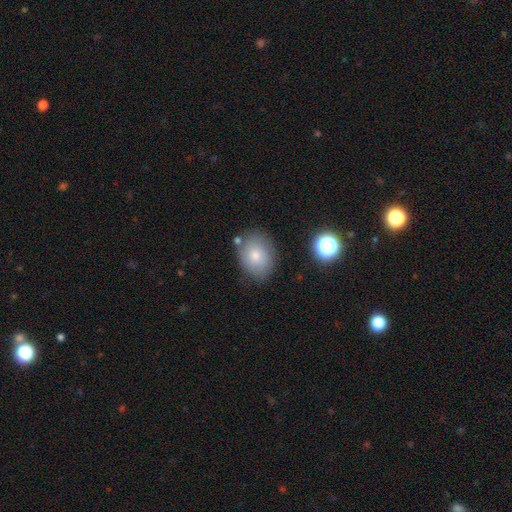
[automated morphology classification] The model was most divided on "how rounded": in between: 65%, round: 34%, cigar-shaped: 1%. More confident: smooth or featured — smooth (75%); merging — none (74%).